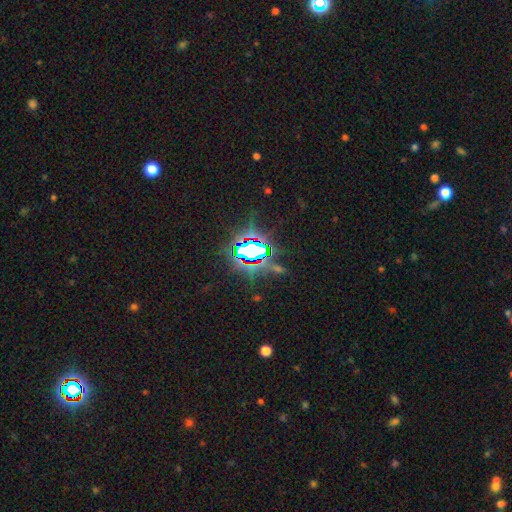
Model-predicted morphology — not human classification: Smooth or featured? star or artifact (77%)